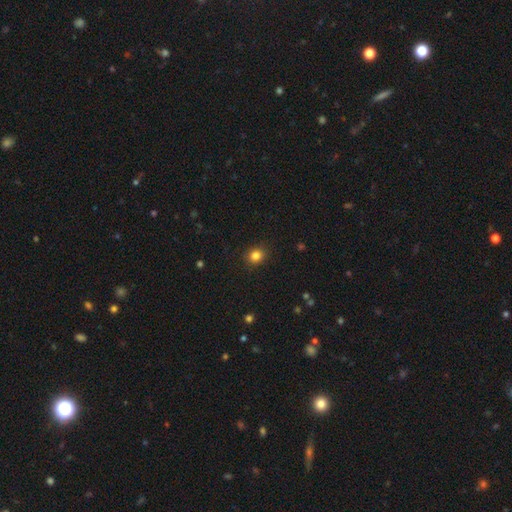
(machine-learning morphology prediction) smooth 83%, star or artifact 12%, featured or disk 5%. Down the decision tree: how rounded — round (75%); merging — none (90%).